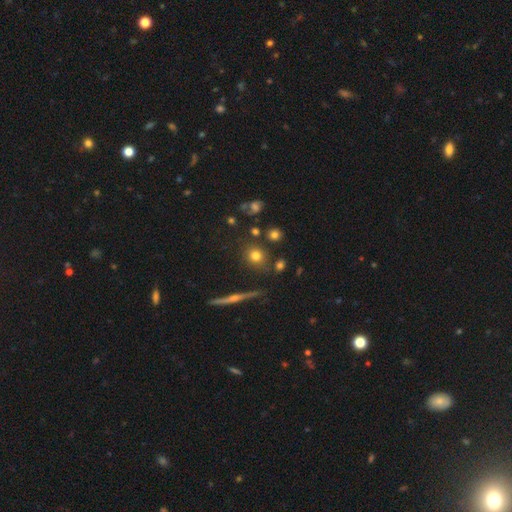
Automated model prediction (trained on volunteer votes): A smooth galaxy with no disk features (74%) that is round (82%).

Vote fractions:
- Smooth or featured? smooth: 74% / star or artifact: 14% / featured or disk: 12%
- How rounded? round: 82% / in between: 15% / cigar-shaped: 2%
- Merging? none: 81% / minor disturbance: 10% / merger: 6% / major disturbance: 3%